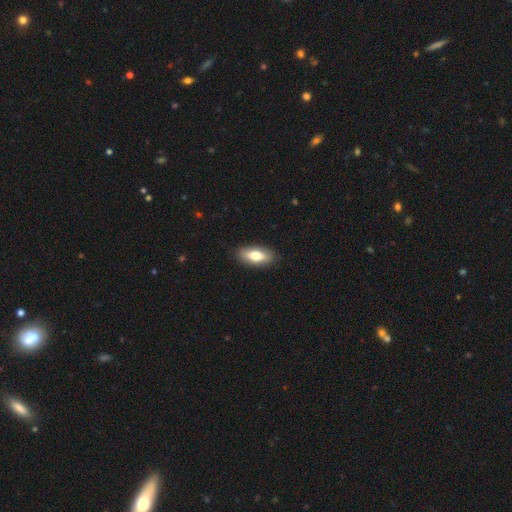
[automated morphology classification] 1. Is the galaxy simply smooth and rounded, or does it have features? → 71% smooth, 22% featured or disk, 6% star or artifact.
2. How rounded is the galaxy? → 83% in between, 14% cigar-shaped, 3% round.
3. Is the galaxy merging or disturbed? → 89% none, 8% minor disturbance, 2% major disturbance, 1% merger.